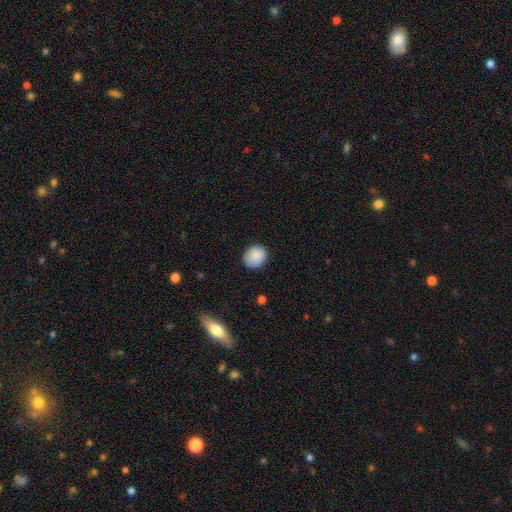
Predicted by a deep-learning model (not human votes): smooth 88%, star or artifact 8%, featured or disk 4%. Down the decision tree: how rounded — round (71%); merging — none (84%).